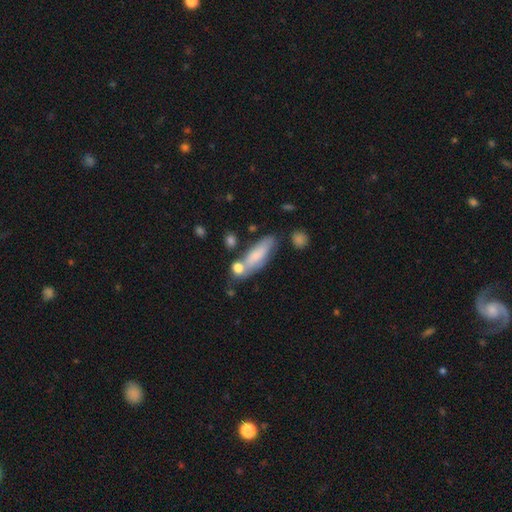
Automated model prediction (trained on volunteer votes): This is likely a smooth galaxy (68%). How rounded: possibly cigar-shaped (50%). Merging: possibly none (58%).